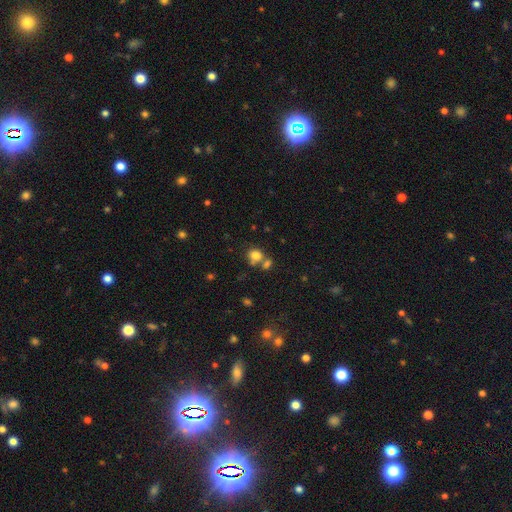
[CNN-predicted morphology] A smooth galaxy with no disk features (79%) that is round (69%). Merging: none (50%).